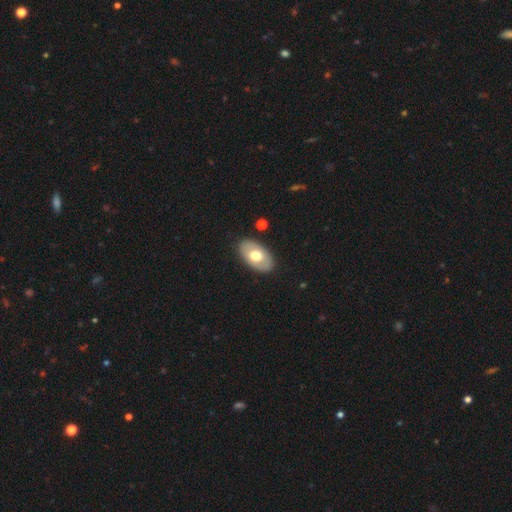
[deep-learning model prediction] Smooth or featured? smooth (58%)
How rounded? in between (92%)
Merging? none (87%)